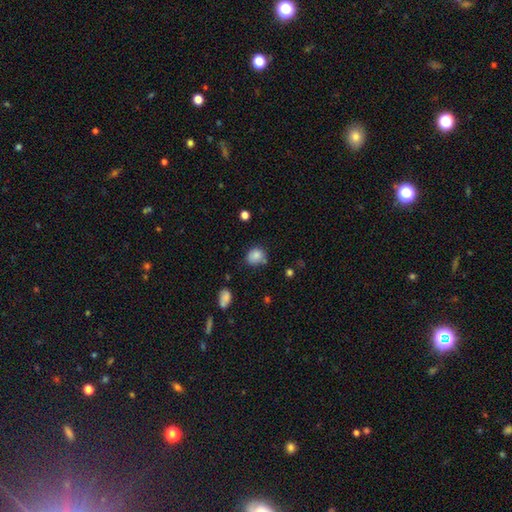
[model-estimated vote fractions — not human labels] A smooth galaxy with no disk features (82%) that is round (69%). Merging: none (61%).